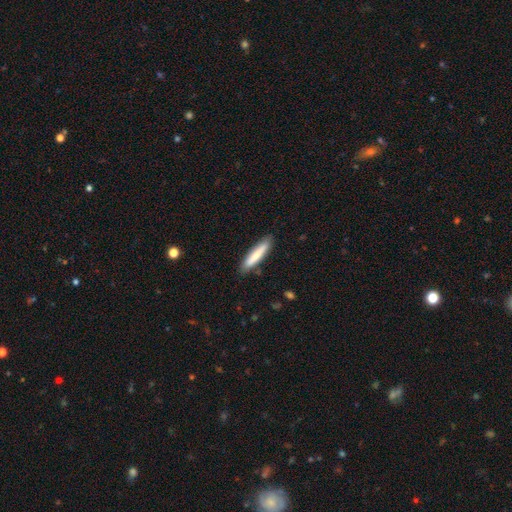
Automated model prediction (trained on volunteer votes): A smooth galaxy with no disk features (76%) that is cigar-shaped (87%).

Vote fractions:
- Smooth or featured? smooth: 76% / featured or disk: 18% / star or artifact: 6%
- How rounded? cigar-shaped: 87% / in between: 12% / round: 1%
- Merging? none: 86% / minor disturbance: 10% / major disturbance: 2% / merger: 1%